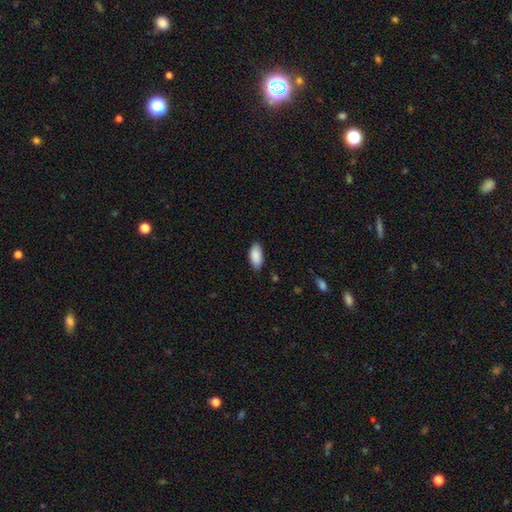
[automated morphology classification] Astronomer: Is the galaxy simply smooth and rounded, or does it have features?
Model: smooth — 90%.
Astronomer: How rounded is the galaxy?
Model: in between — 91%.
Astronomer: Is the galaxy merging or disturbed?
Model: none — 86%.